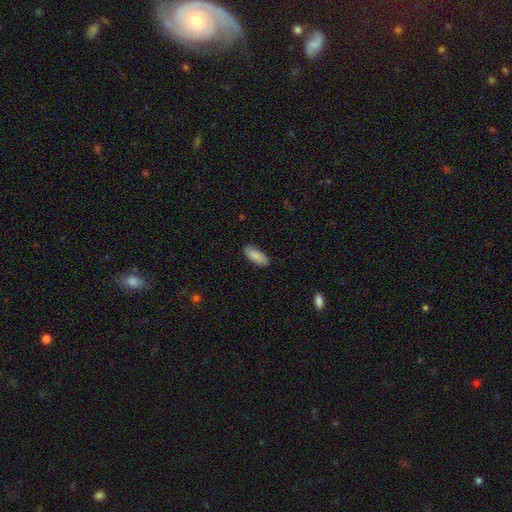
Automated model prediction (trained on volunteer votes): Overall: smooth (87%). How rounded: in between (84%). Merging: none (84%).